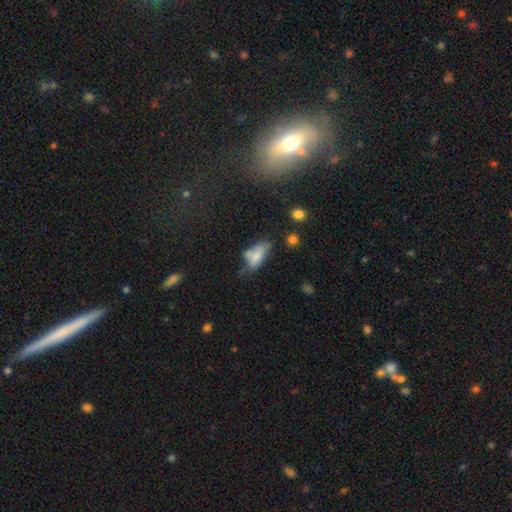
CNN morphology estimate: A smooth galaxy with no disk features (65%) that is in between round and cigar-shaped (86%). Merging: minor disturbance (31%).